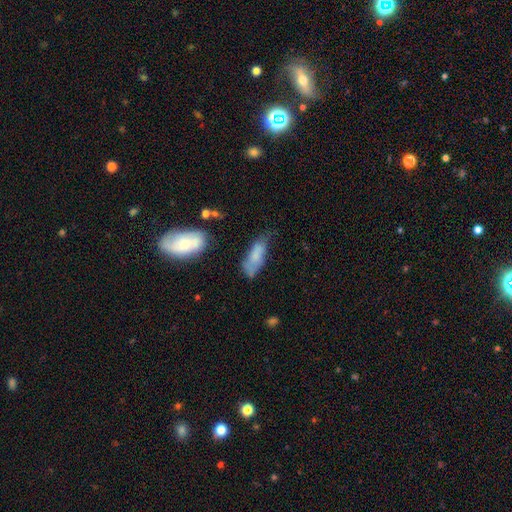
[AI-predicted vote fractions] Overall: smooth (67%). How rounded: in between (73%). Merging: none (40%; minor disturbance 36%).